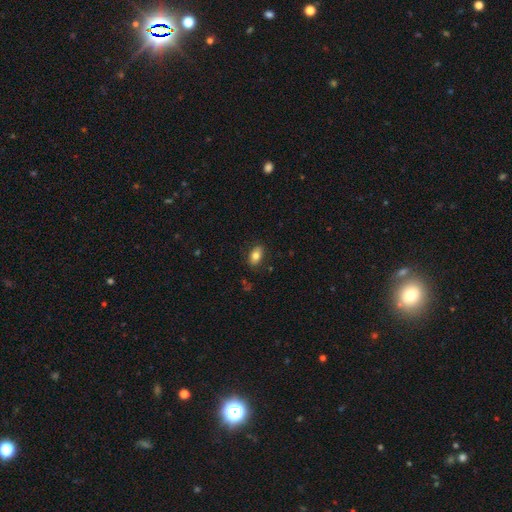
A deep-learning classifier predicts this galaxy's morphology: A smooth galaxy with no disk features (79%) that is in between round and cigar-shaped (89%).

Vote fractions:
- Smooth or featured? smooth: 79% / featured or disk: 13% / star or artifact: 8%
- How rounded? in between: 89% / round: 9% / cigar-shaped: 2%
- Merging? none: 85% / minor disturbance: 11% / major disturbance: 3% / merger: 1%